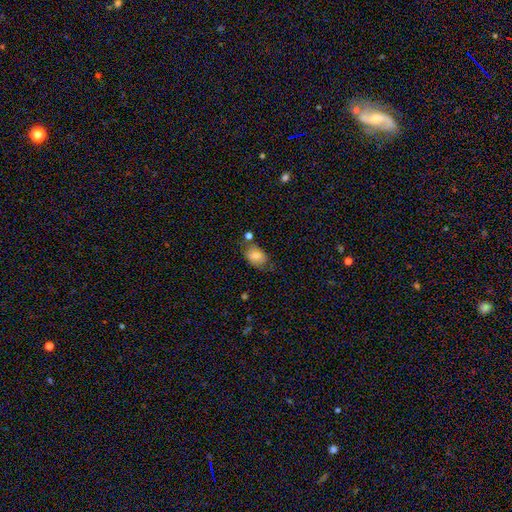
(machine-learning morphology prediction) A smooth galaxy with no disk features (79%) that is in between round and cigar-shaped (81%). Merging: none (53%).